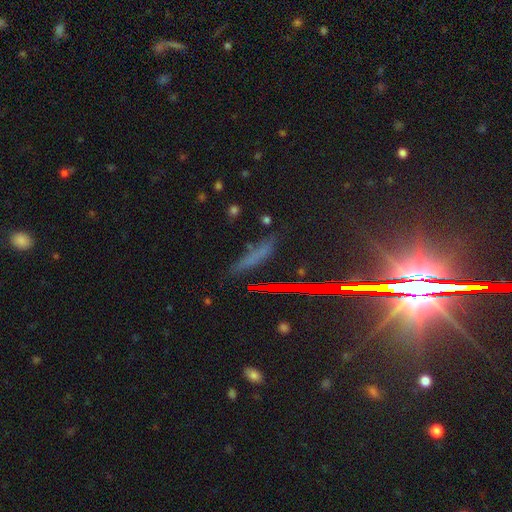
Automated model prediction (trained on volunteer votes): A smooth galaxy with no disk features (44%).

Vote fractions:
- Smooth or featured? smooth: 44% / star or artifact: 33% / featured or disk: 23%
- Merging? none: 76% / minor disturbance: 16% / major disturbance: 5% / merger: 3%